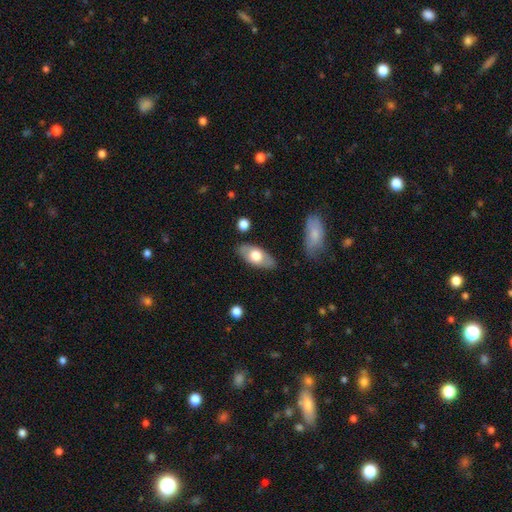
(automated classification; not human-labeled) Smooth or featured? smooth (60%)
How rounded? in between (89%)
Merging? none (84%)